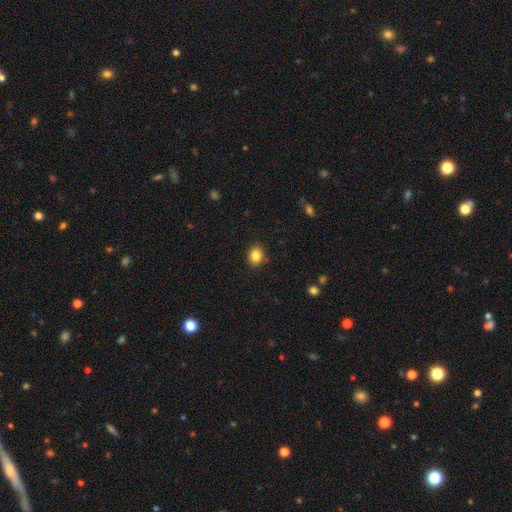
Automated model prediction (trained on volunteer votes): Q: Smooth or featured?
A: smooth (84%); runner-up: star or artifact (10%)
Q: How rounded?
A: round (58%); runner-up: in between (41%)
Q: Merging?
A: none (89%); runner-up: minor disturbance (8%)